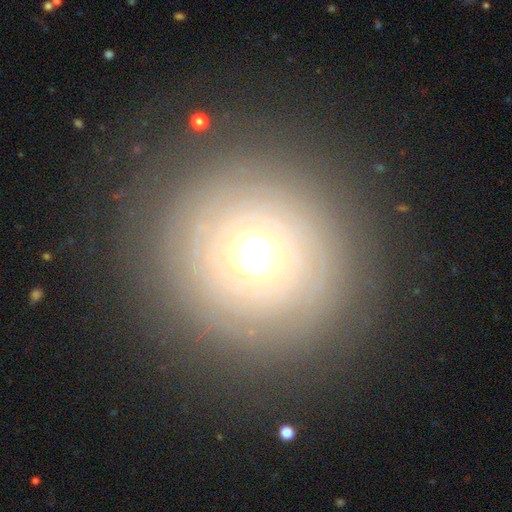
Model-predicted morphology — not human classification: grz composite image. It shows a featured or disk galaxy (47%). Merging: none (84%).